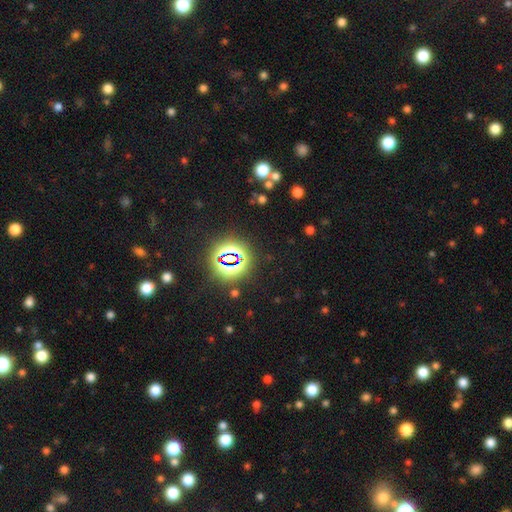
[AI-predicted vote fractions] Smooth or featured?
  - star or artifact: 78% *
  - smooth: 14%
  - featured or disk: 8%